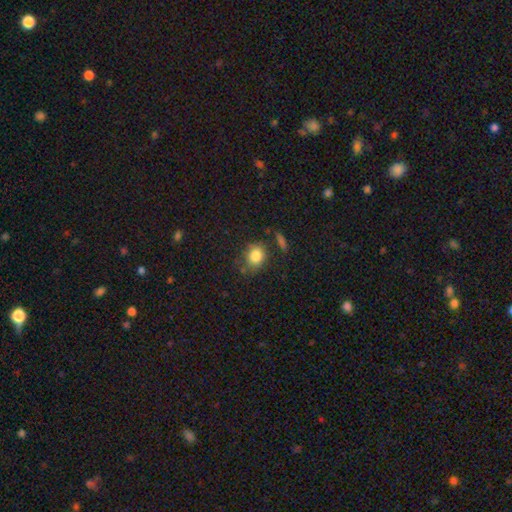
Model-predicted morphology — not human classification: Q: Smooth or featured?
A: smooth (83%); runner-up: star or artifact (10%)
Q: How rounded?
A: round (62%); runner-up: in between (37%)
Q: Merging?
A: none (71%); runner-up: minor disturbance (18%)